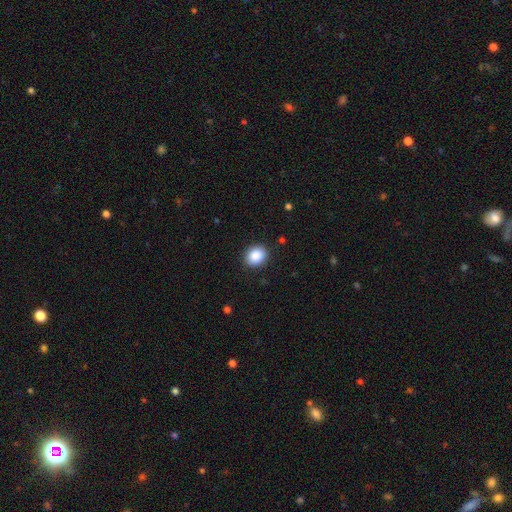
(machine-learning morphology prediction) This appears to be a smooth galaxy with no disk features (89%) that is round (59%). Merging: none (90%).